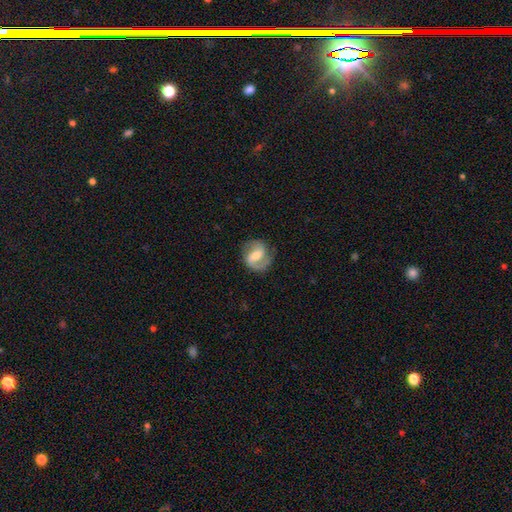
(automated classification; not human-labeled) This is likely a featured or disk galaxy (79%). It is clearly not viewed edge-on (97%). Bar: possibly weak (47%). Spiral arm pattern: clearly yes (94%). Spiral arm count: clearly 2 (83%). Spiral winding: possibly medium (51%). Central bulge: possibly moderate (55%). Merging: likely none (77%).